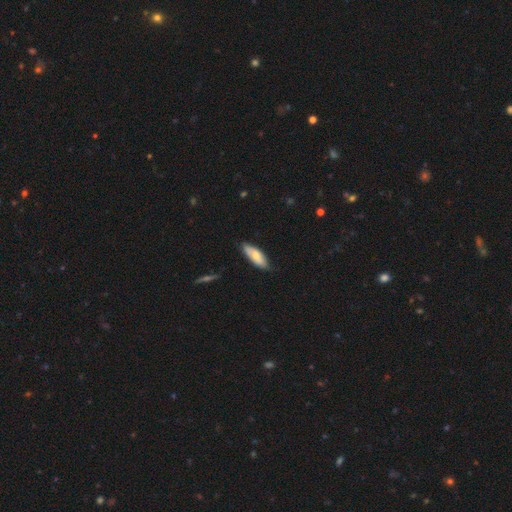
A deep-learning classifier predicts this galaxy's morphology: A smooth galaxy with no disk features (69%) that is in between round and cigar-shaped (68%).

Vote fractions:
- Smooth or featured? smooth: 69% / featured or disk: 25% / star or artifact: 6%
- How rounded? in between: 68% / cigar-shaped: 30% / round: 2%
- Merging? none: 77% / minor disturbance: 19% / major disturbance: 3% / merger: 1%